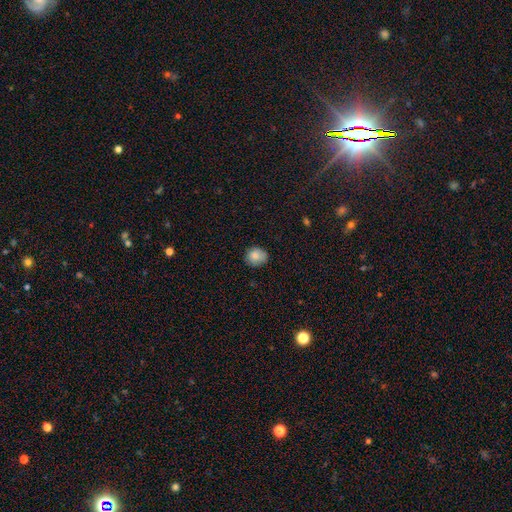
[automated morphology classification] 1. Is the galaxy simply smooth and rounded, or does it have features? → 84% smooth, 9% star or artifact, 7% featured or disk.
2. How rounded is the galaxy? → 74% round, 25% in between, 1% cigar-shaped.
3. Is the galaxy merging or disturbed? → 76% none, 20% minor disturbance, 3% major disturbance, 1% merger.